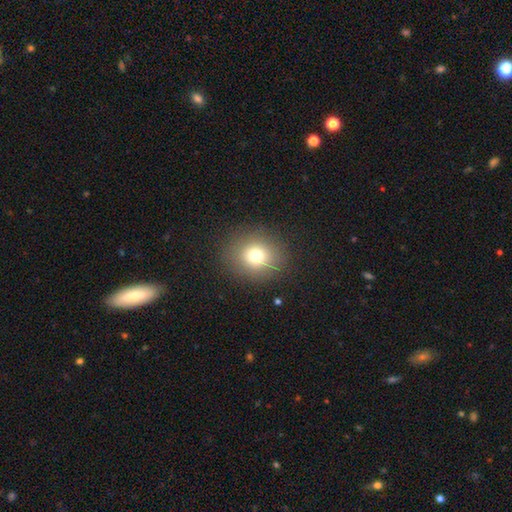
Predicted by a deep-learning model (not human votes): Smooth or featured?
  - smooth: 74% *
  - star or artifact: 15%
  - featured or disk: 11%
How rounded?
  - round: 80% *
  - in between: 19%
  - cigar-shaped: 1%
Merging?
  - none: 86% *
  - minor disturbance: 9%
  - major disturbance: 4%
  - merger: 1%